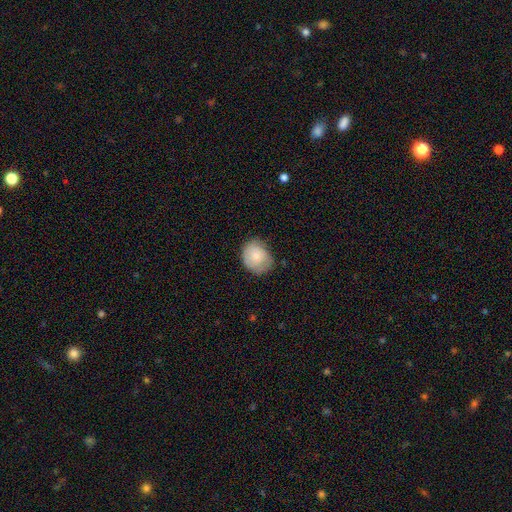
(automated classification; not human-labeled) smooth-or-featured: smooth: 75% | featured or disk: 18% | star or artifact: 7%
  how-rounded: round: 61% | in between: 38% | cigar-shaped: 1%
  merging: none: 58% | minor disturbance: 32% | major disturbance: 8% | merger: 1%